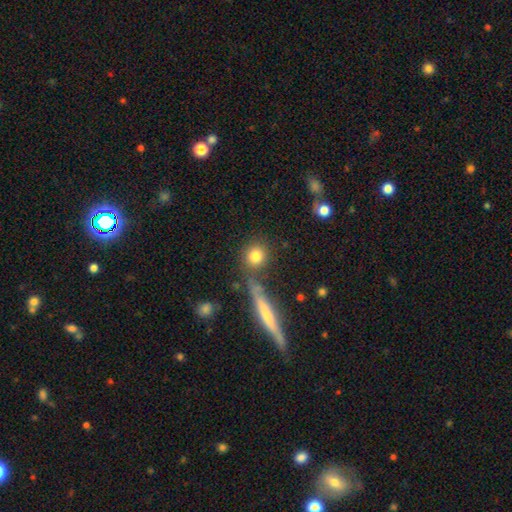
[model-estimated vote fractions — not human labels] smooth-or-featured: smooth: 81% | featured or disk: 10% | star or artifact: 9%
  how-rounded: round: 85% | in between: 11% | cigar-shaped: 4%
  merging: none: 74% | merger: 12% | minor disturbance: 10% | major disturbance: 4%